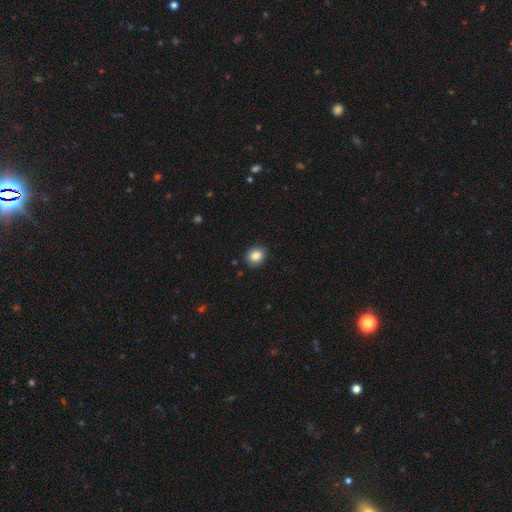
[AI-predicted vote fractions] Q: Smooth or featured?
A: smooth (85%); runner-up: star or artifact (9%)
Q: How rounded?
A: round (63%); runner-up: in between (36%)
Q: Merging?
A: none (88%); runner-up: minor disturbance (9%)